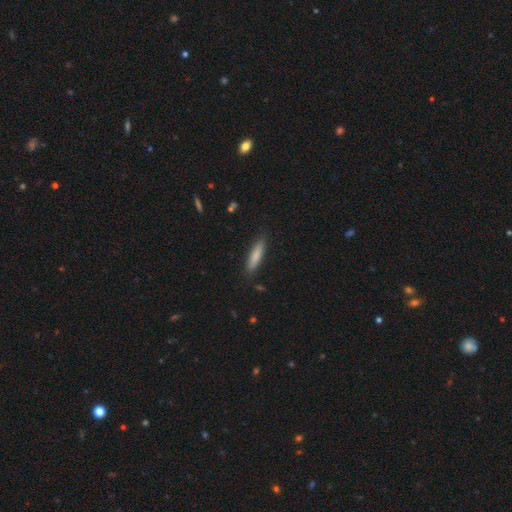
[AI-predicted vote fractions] smooth-or-featured: smooth: 79% | featured or disk: 15% | star or artifact: 6%
  how-rounded: cigar-shaped: 81% | in between: 17% | round: 1%
  merging: none: 86% | minor disturbance: 10% | major disturbance: 2% | merger: 1%